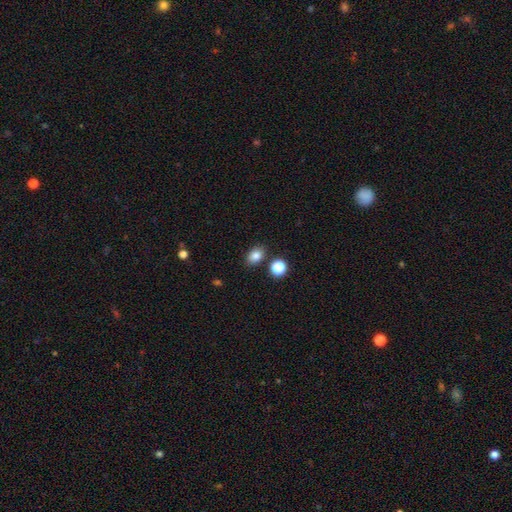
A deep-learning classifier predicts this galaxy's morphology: Smooth or featured? Predicted: smooth (p=0.82). How rounded? Predicted: in between (p=0.69). Merging? Predicted: none (p=0.83).